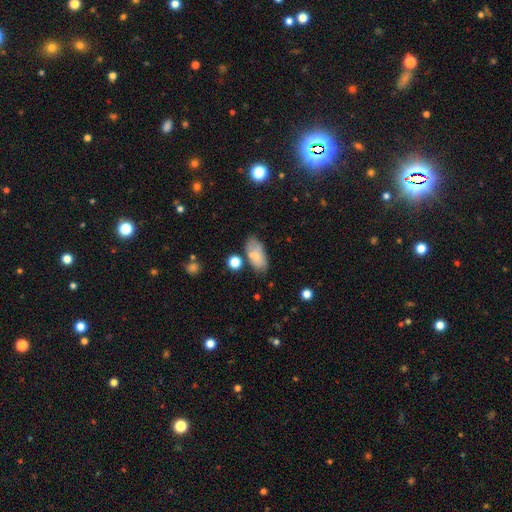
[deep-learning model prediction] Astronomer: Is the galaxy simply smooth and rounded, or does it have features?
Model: smooth — 73%.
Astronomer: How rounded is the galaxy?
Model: in between — 91%.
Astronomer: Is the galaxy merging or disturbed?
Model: none — 61%.